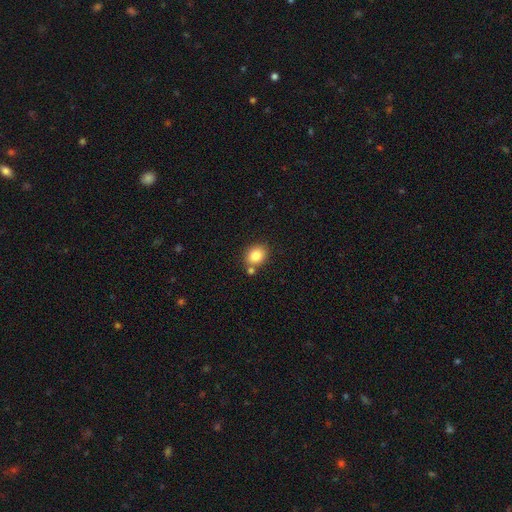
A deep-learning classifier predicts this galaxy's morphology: This appears to be a smooth galaxy with no disk features (84%) that is round (57%). Merging: none (68%).